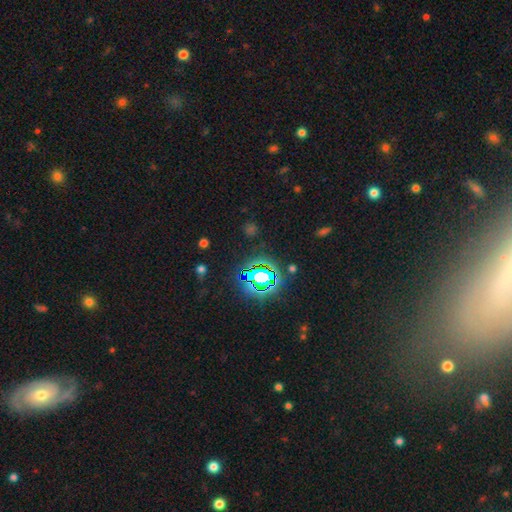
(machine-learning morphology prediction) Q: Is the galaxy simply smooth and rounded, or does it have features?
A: star or artifact — 54%.